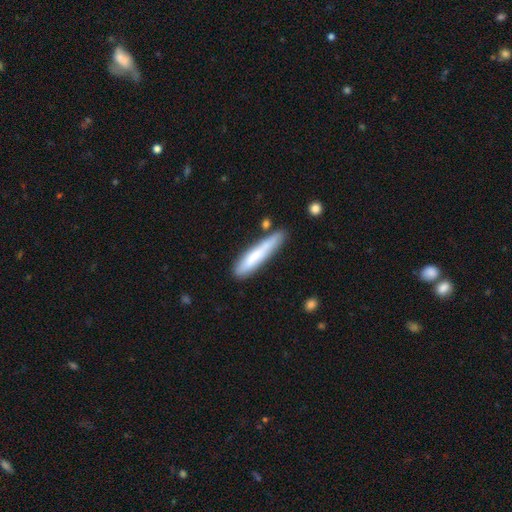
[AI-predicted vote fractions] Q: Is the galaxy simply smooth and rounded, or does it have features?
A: smooth — 69%.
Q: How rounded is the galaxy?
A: cigar-shaped — 89%.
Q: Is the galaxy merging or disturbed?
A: none — 70%.